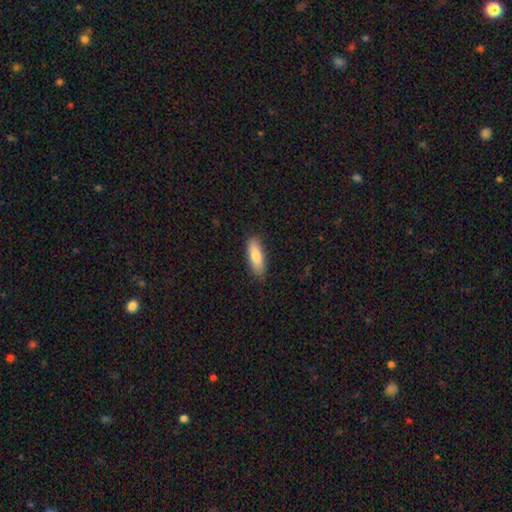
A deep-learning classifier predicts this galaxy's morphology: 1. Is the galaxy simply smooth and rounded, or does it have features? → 81% smooth, 13% featured or disk, 6% star or artifact.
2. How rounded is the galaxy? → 53% in between, 45% cigar-shaped, 2% round.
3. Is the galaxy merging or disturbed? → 87% none, 10% minor disturbance, 2% major disturbance, 1% merger.